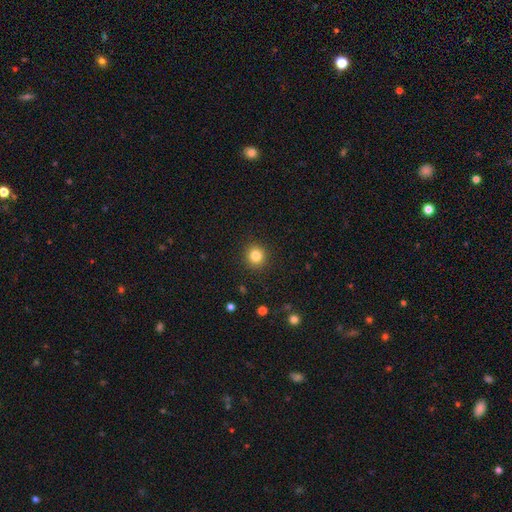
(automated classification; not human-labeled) Morphology: type=smooth (82%); roundness=round (93%); merging=none (92%).